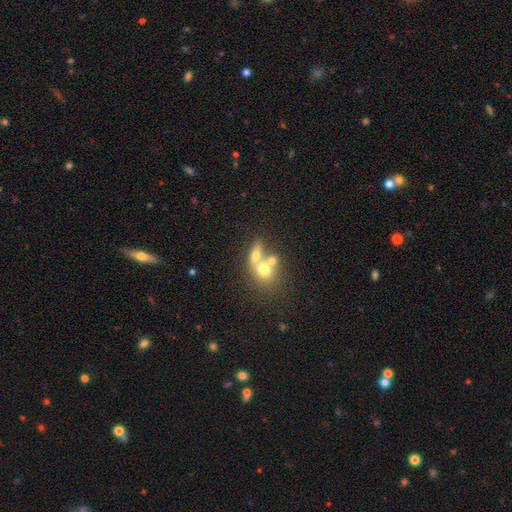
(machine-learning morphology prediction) Q: Smooth or featured?
A: smooth (62%); runner-up: featured or disk (27%)
Q: How rounded?
A: round (48%); runner-up: in between (47%)
Q: Merging?
A: merger (62%); runner-up: none (25%)